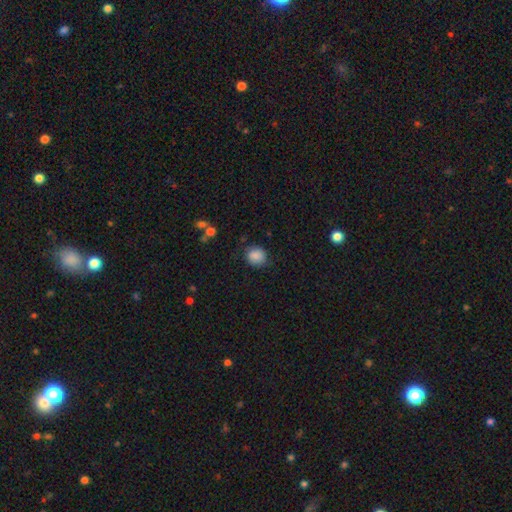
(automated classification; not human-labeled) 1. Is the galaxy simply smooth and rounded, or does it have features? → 87% smooth, 9% star or artifact, 4% featured or disk.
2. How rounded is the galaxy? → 75% round, 24% in between, 1% cigar-shaped.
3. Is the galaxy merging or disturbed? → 79% none, 15% minor disturbance, 4% major disturbance, 2% merger.